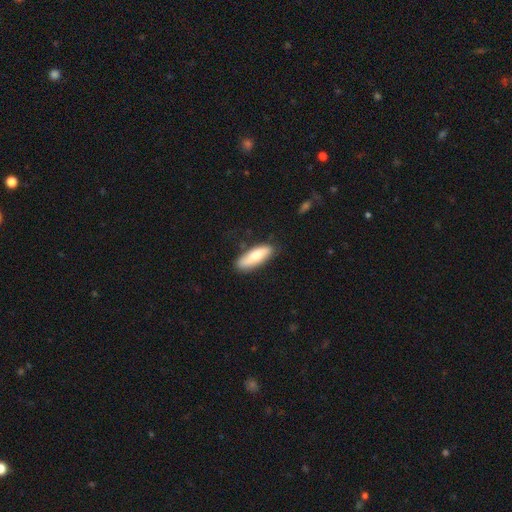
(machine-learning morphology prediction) smooth 72%, featured or disk 23%, star or artifact 5%. Down the decision tree: how rounded — in between (51%); merging — none (78%).